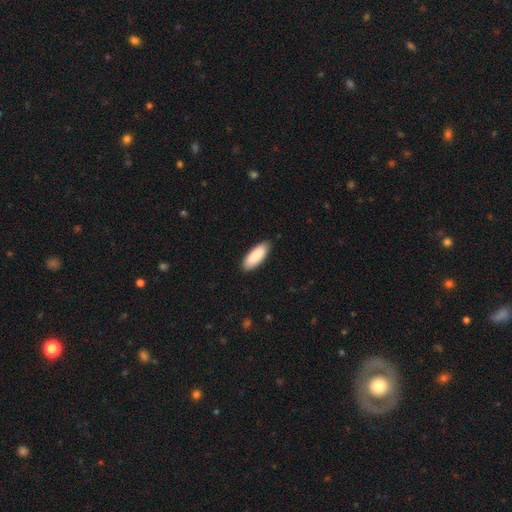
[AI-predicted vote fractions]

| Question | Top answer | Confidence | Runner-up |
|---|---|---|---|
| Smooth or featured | smooth | 88% | featured or disk (7%) |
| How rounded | in between | 73% | cigar-shaped (26%) |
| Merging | none | 88% | minor disturbance (9%) |